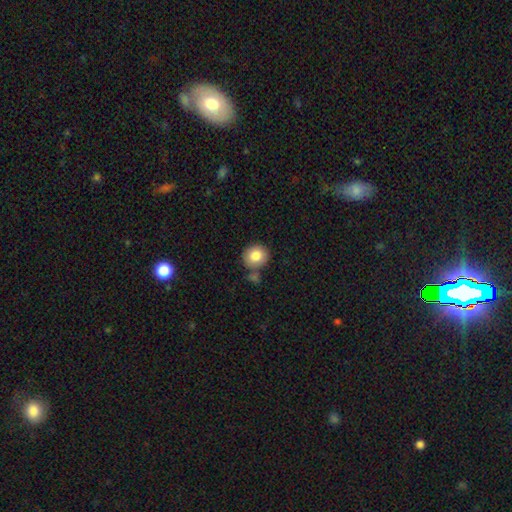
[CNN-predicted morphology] smooth 84%, star or artifact 8%, featured or disk 8%. Down the decision tree: how rounded — round (85%); merging — none (70%).